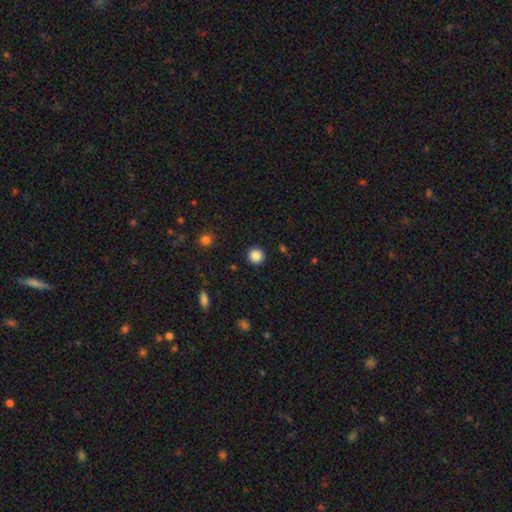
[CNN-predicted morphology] smooth_or_featured: smooth (p=0.86) [alt: star or artifact p=0.10]
how_rounded: round (p=0.94) [alt: in between p=0.05]
merging: none (p=0.92) [alt: minor disturbance p=0.05]